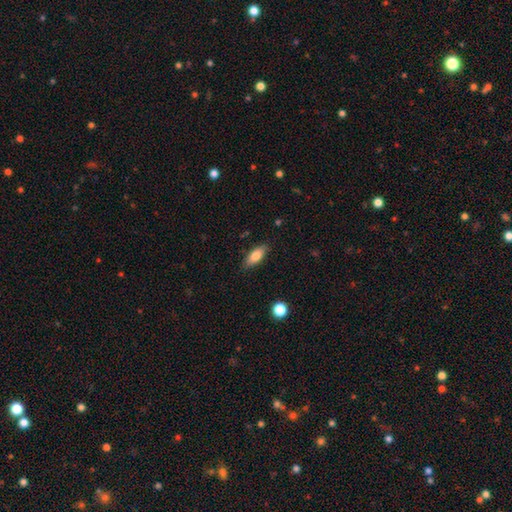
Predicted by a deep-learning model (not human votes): smooth_or_featured: smooth (p=0.79) [alt: featured or disk p=0.14]
how_rounded: in between (p=0.76) [alt: cigar-shaped p=0.21]
merging: none (p=0.85) [alt: minor disturbance p=0.11]